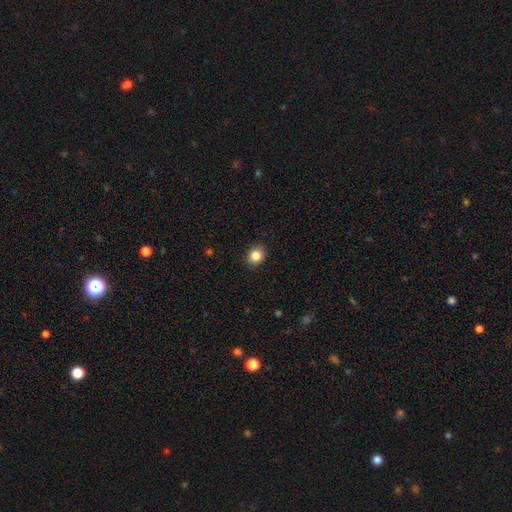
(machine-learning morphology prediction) This appears to be a smooth galaxy with no disk features (85%) that is round (74%). Merging: none (90%).